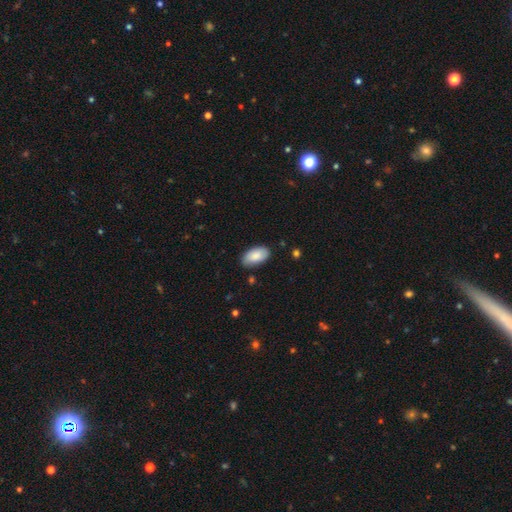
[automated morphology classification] smooth-or-featured: smooth: 85% | featured or disk: 9% | star or artifact: 6%
  how-rounded: in between: 95% | round: 3% | cigar-shaped: 2%
  merging: none: 84% | minor disturbance: 13% | major disturbance: 2% | merger: 1%